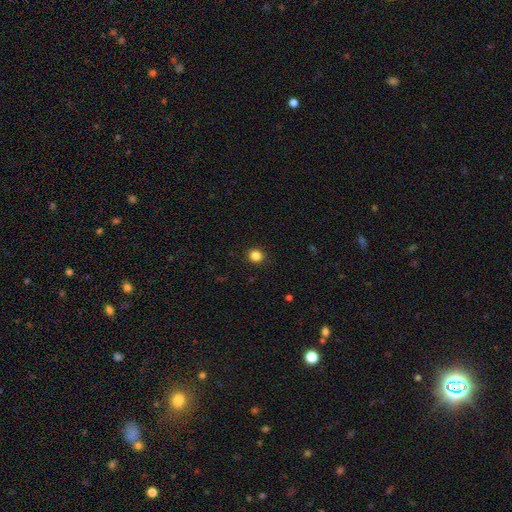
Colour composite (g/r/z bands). It shows a smooth galaxy with no disk features (95%) that is round (71%). Merging: none (86%).